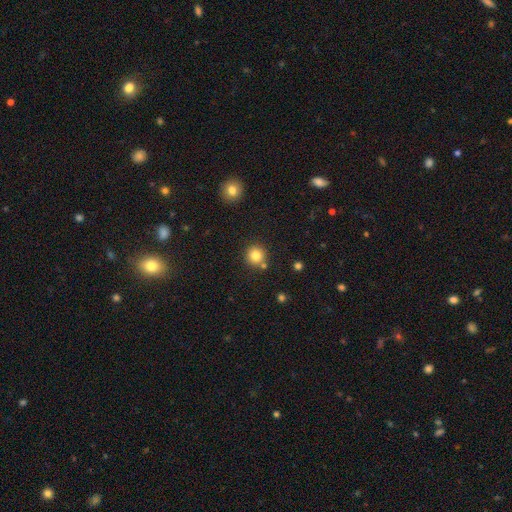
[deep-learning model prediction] Morphology: type=smooth (82%); roundness=round (93%); merging=none (80%).